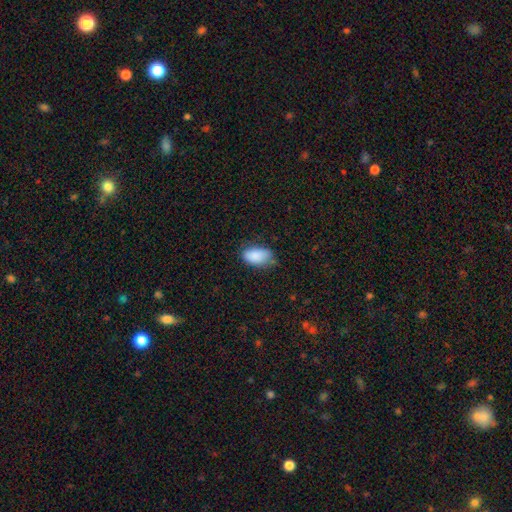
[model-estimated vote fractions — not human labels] This is clearly a smooth galaxy (88%). How rounded: clearly in between (93%). Merging: likely none (64%).